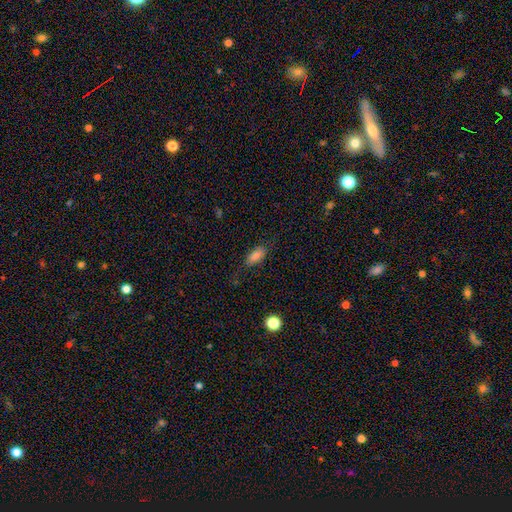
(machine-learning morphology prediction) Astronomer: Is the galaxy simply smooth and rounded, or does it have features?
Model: smooth — 83%.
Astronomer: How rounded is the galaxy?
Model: in between — 85%.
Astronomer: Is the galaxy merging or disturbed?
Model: none — 78%.